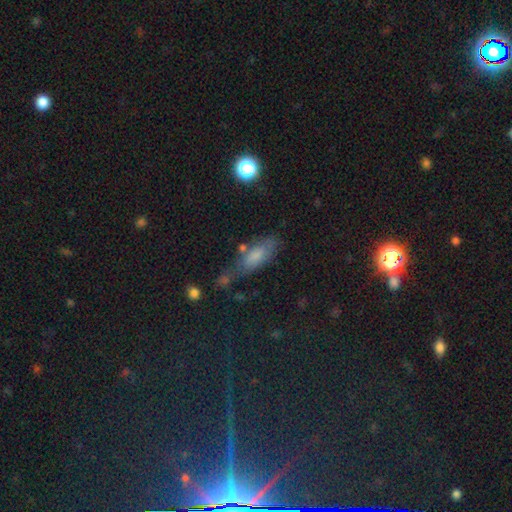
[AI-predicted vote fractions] Smooth or featured? Predicted: smooth (p=0.71). How rounded? Predicted: in between (p=0.71). Merging? Predicted: none (p=0.54).